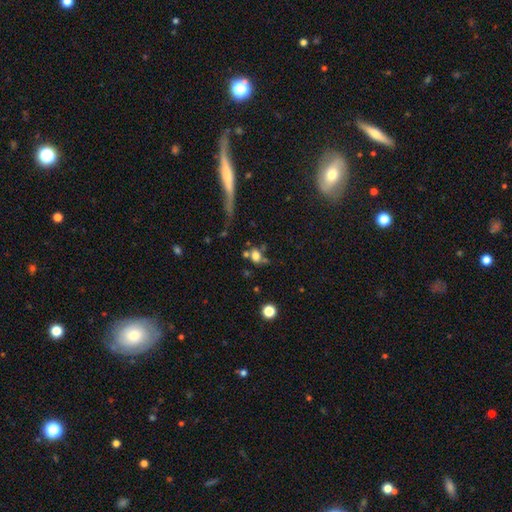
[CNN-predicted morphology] Smooth or featured: smooth — 69% (star or artifact — 16%)
How rounded: in between — 51% (round — 45%)
Merging: none — 46% (merger — 25%)